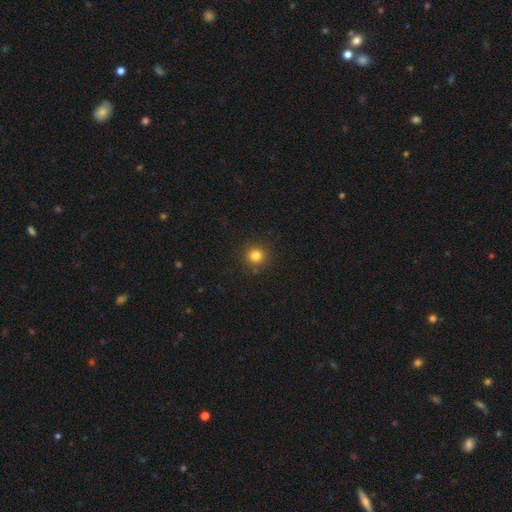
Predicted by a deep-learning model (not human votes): Smooth or featured? Predicted: smooth (p=0.82). How rounded? Predicted: round (p=0.94). Merging? Predicted: none (p=0.90).